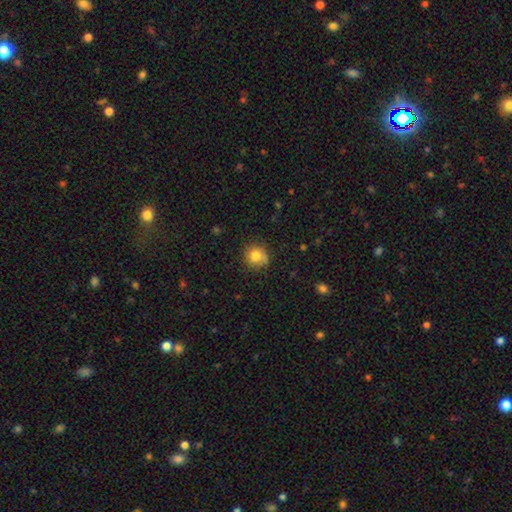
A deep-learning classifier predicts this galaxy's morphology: Smooth or featured? Predicted: smooth (p=0.80). How rounded? Predicted: round (p=0.86). Merging? Predicted: none (p=0.76).